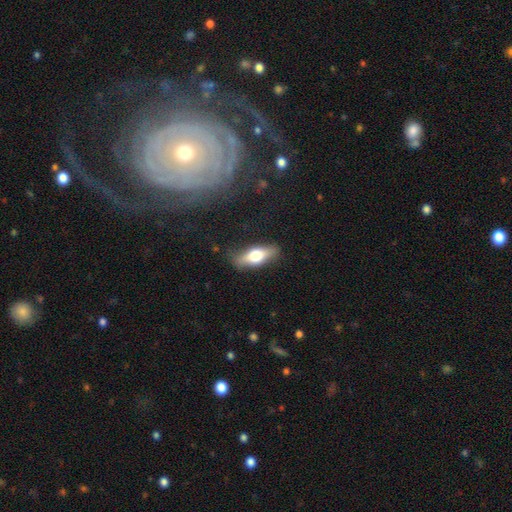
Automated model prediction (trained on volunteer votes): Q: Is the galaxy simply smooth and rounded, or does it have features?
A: smooth — 55%.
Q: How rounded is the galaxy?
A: in between — 65%.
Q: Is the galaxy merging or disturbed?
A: none — 81%.